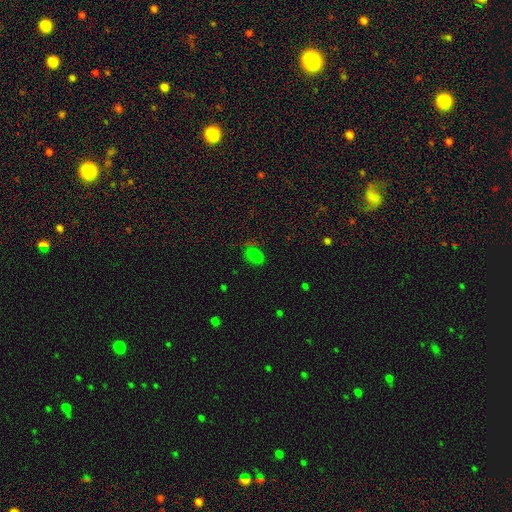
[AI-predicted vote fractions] The model was most divided on "merging": none: 64%, minor disturbance: 23%, major disturbance: 10%, merger: 4%. More confident: how rounded — in between (86%); smooth or featured — smooth (71%).